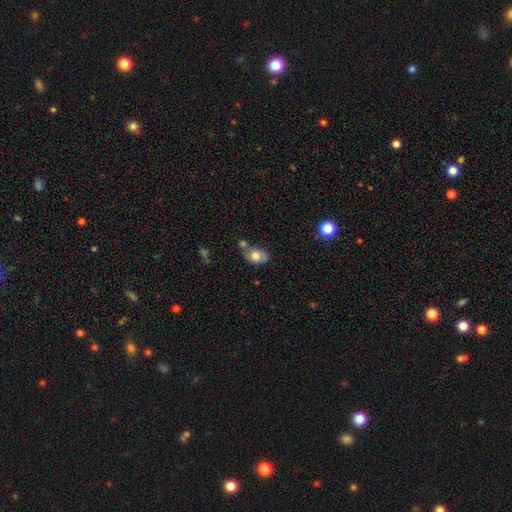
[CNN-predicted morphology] Smooth or featured? Predicted: smooth (p=0.73). How rounded? Predicted: in between (p=0.76). Merging? Predicted: none (p=0.48).